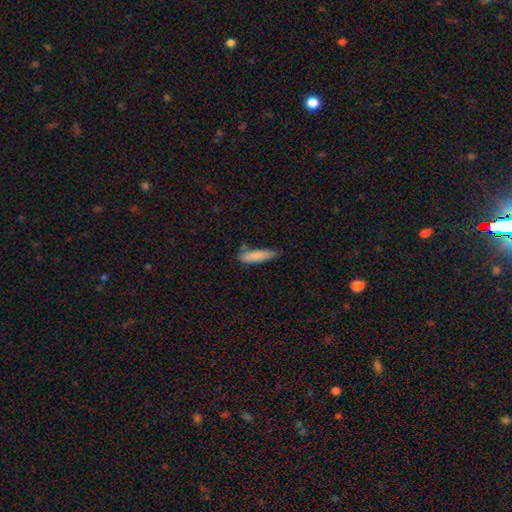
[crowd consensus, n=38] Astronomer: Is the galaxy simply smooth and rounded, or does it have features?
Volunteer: smooth — 82%.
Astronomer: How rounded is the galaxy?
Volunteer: cigar-shaped — 81%.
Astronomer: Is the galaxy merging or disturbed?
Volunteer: none — 63%.